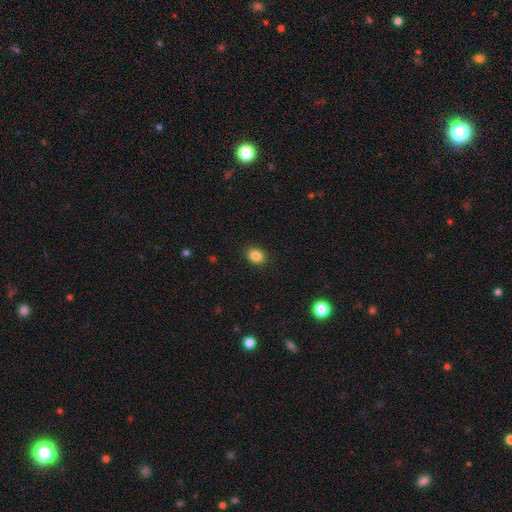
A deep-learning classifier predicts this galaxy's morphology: smooth_or_featured: smooth (p=0.86) [alt: star or artifact p=0.10]
how_rounded: in between (p=0.63) [alt: round p=0.36]
merging: none (p=0.89) [alt: minor disturbance p=0.08]